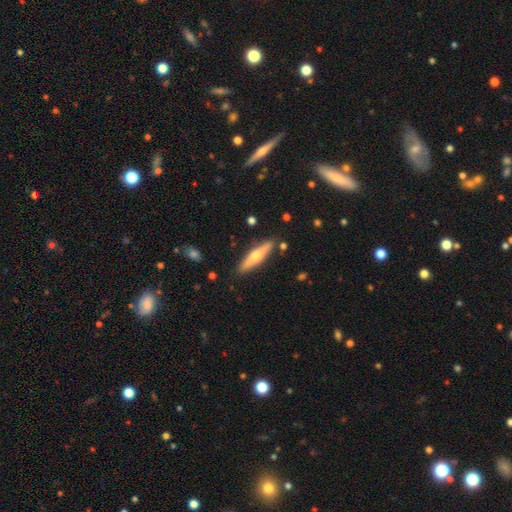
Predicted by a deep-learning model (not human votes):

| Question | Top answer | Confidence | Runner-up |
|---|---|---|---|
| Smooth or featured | featured or disk | 56% | smooth (38%) |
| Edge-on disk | yes | 94% | no (6%) |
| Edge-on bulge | rounded | 92% | none (5%) |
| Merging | none | 88% | minor disturbance (8%) |